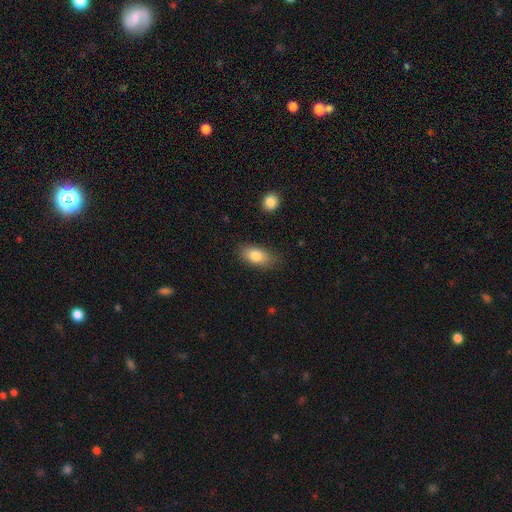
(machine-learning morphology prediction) The model was most divided on "merging": none: 80%, minor disturbance: 15%, major disturbance: 4%, merger: 2%. More confident: how rounded — in between (88%); smooth or featured — smooth (82%).